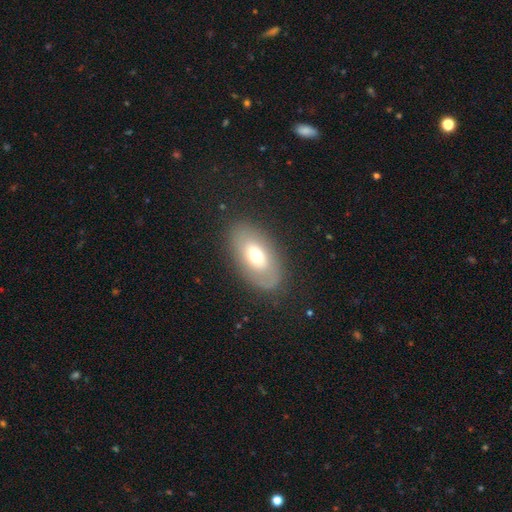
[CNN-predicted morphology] smooth_or_featured: smooth (p=0.57) [alt: featured or disk p=0.35]
how_rounded: in between (p=0.91) [alt: round p=0.07]
merging: none (p=0.83) [alt: minor disturbance p=0.11]